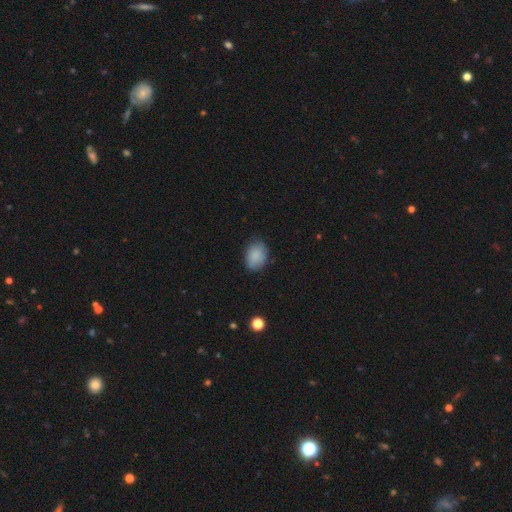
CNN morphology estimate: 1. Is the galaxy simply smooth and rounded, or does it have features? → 87% smooth, 8% star or artifact, 5% featured or disk.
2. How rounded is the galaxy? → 69% in between, 30% round, 1% cigar-shaped.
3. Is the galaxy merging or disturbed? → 75% none, 20% minor disturbance, 4% major disturbance, 1% merger.